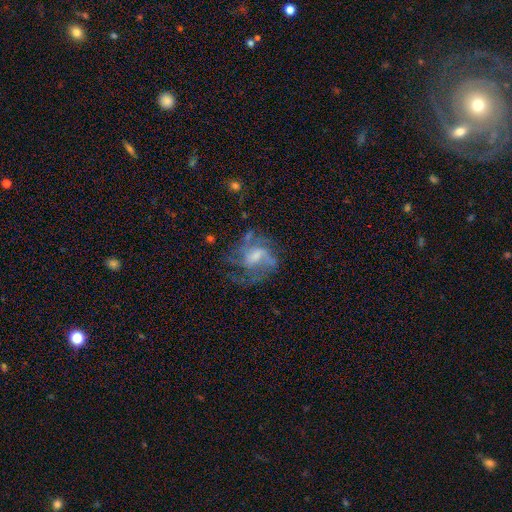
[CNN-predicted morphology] Smooth or featured?
  - featured or disk: 72% *
  - smooth: 18%
  - star or artifact: 10%
Edge-on disk?
  - no: 97% *
  - yes: 3%
Bar?
  - weak: 45% *
  - no: 44%
  - strong: 11%
Spiral arms?
  - yes: 81% *
  - no: 19%
Spiral winding?
  - medium: 45% *
  - loose: 35%
  - tight: 20%
Spiral arm count?
  - can't tell: 31% *
  - 2: 25%
  - 3: 21%
  - 1: 10%
  - 4: 8%
  - more than 4: 5%
Bulge size?
  - moderate: 40% *
  - small: 32%
  - none: 17%
  - large: 9%
  - dominant: 2%
Merging?
  - none: 46% *
  - major disturbance: 31%
  - minor disturbance: 19%
  - merger: 3%